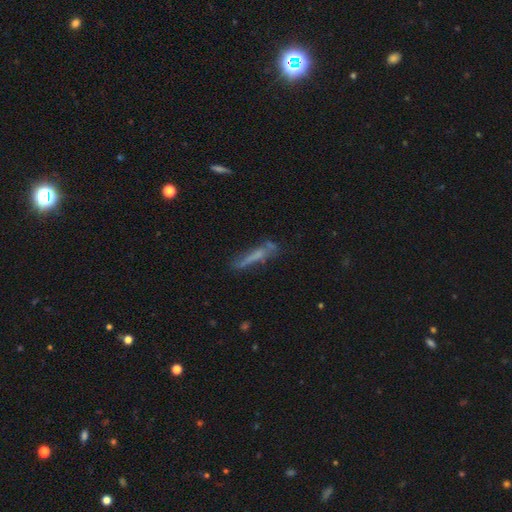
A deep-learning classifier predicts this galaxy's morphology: Smooth or featured? Predicted: smooth (p=0.49). Merging? Predicted: none (p=0.58).